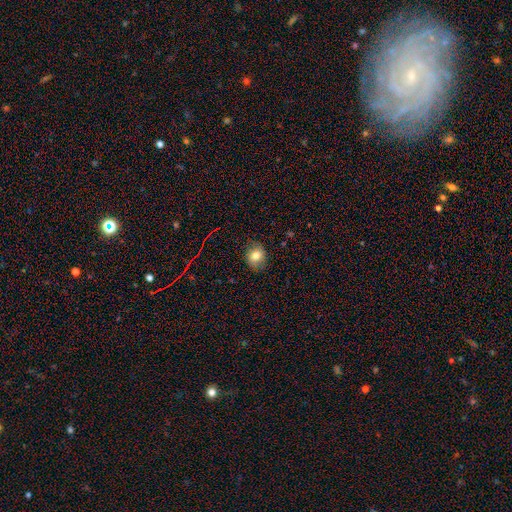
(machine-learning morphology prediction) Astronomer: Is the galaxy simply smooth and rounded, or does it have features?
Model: smooth — 75%.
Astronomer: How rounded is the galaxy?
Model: round — 52% (runner-up: in between, 47%).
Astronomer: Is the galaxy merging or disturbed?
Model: none — 80%.